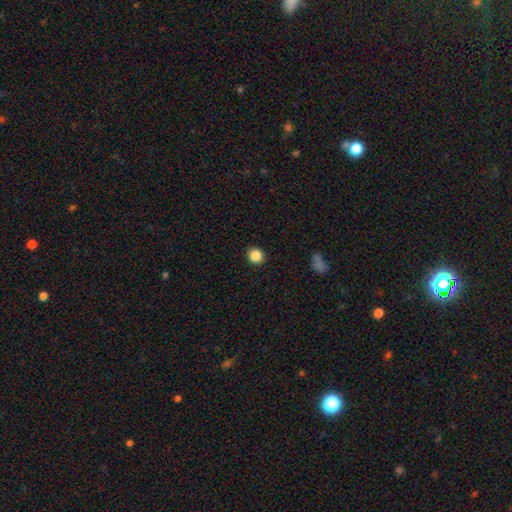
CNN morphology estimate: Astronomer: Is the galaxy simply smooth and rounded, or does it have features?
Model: smooth — 86%.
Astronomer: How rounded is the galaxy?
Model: round — 86%.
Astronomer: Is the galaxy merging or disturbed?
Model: none — 92%.